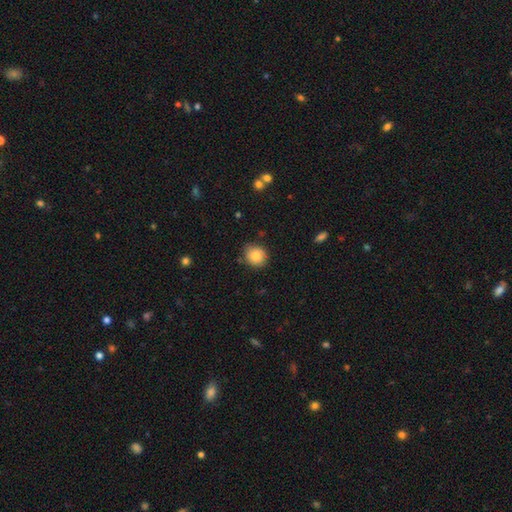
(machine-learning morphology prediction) This is clearly a smooth galaxy (83%). How rounded: likely round (78%). Merging: likely none (80%).